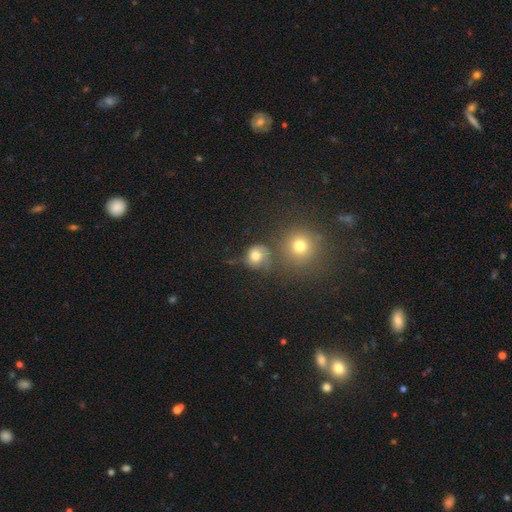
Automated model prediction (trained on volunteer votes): smooth-or-featured: smooth: 72% | featured or disk: 15% | star or artifact: 13%
  how-rounded: round: 86% | in between: 13% | cigar-shaped: 1%
  merging: none: 52% | minor disturbance: 18% | merger: 17% | major disturbance: 13%